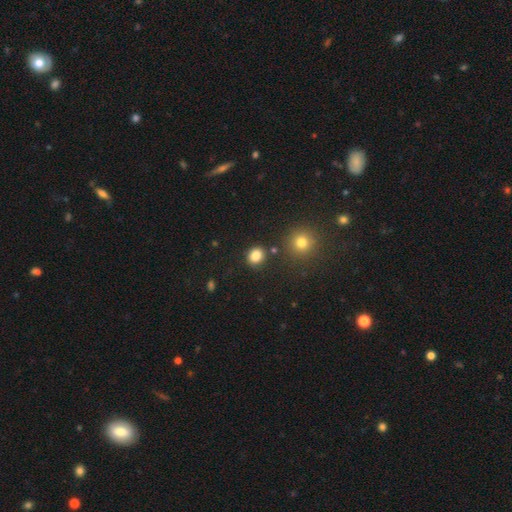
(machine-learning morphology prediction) smooth 84%, star or artifact 12%, featured or disk 4%. Down the decision tree: how rounded — round (62%); merging — none (83%).